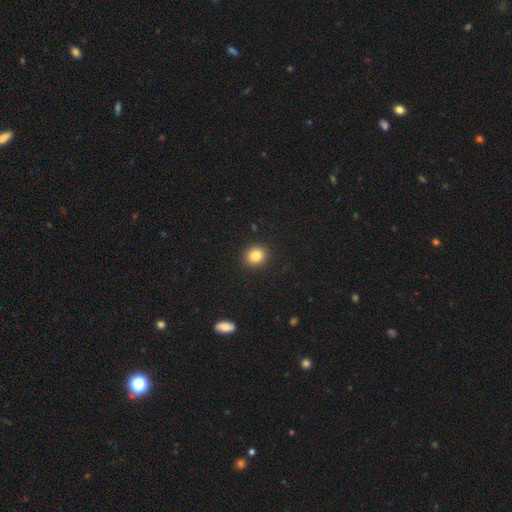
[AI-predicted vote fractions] Overall: smooth (85%). How rounded: round (78%). Merging: none (92%).